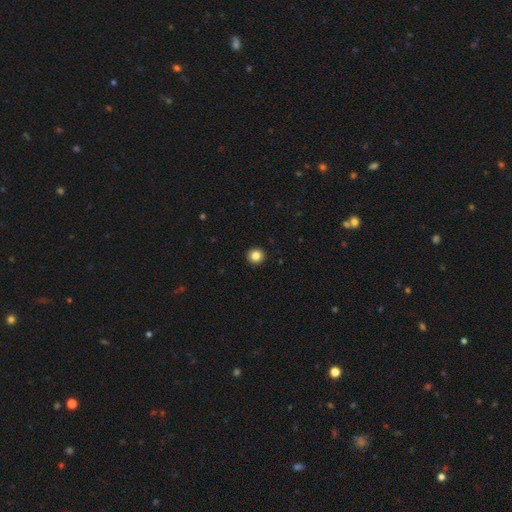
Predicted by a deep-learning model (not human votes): Smooth or featured? Predicted: smooth (p=0.85). How rounded? Predicted: round (p=0.93). Merging? Predicted: none (p=0.94).